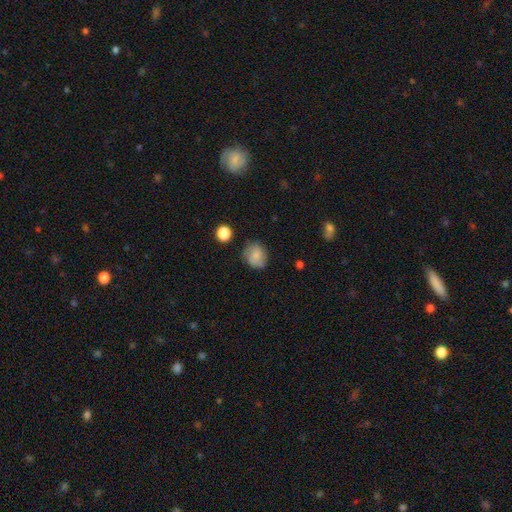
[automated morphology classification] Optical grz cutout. It shows a smooth galaxy with no disk features (76%) that is round (72%). Merging: none (75%).